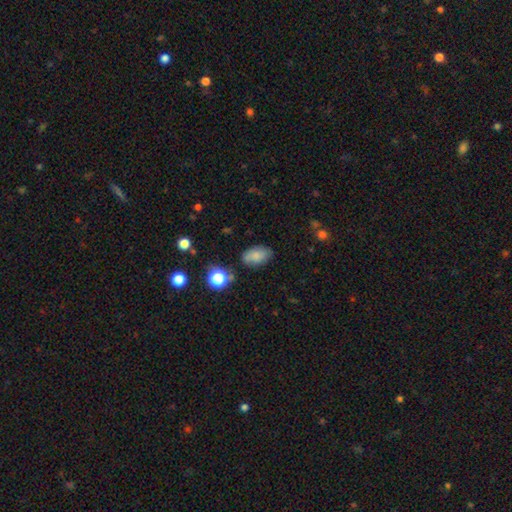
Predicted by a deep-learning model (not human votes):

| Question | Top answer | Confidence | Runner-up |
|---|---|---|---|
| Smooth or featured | smooth | 76% | featured or disk (13%) |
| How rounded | in between | 89% | round (9%) |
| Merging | none | 72% | minor disturbance (19%) |